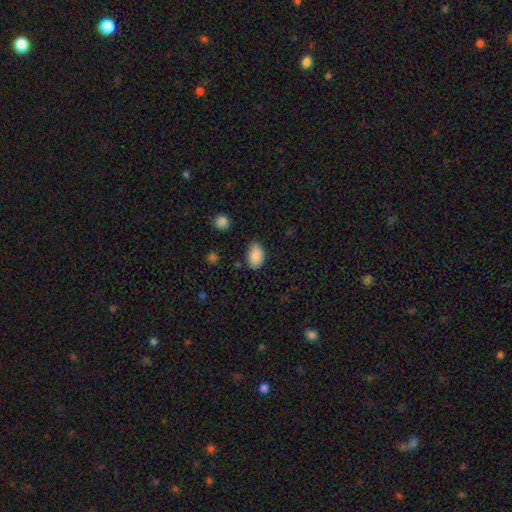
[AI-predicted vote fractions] Smooth or featured?
  - smooth: 88% *
  - star or artifact: 8%
  - featured or disk: 4%
How rounded?
  - in between: 91% *
  - round: 8%
  - cigar-shaped: 1%
Merging?
  - none: 78% *
  - minor disturbance: 17%
  - major disturbance: 3%
  - merger: 2%